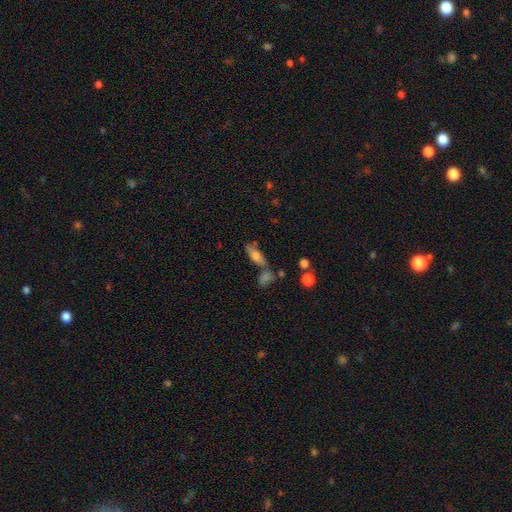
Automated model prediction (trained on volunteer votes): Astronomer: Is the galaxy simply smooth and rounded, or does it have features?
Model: smooth — 66%.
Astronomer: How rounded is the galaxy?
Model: in between — 66%.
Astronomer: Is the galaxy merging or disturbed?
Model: none — 54%.